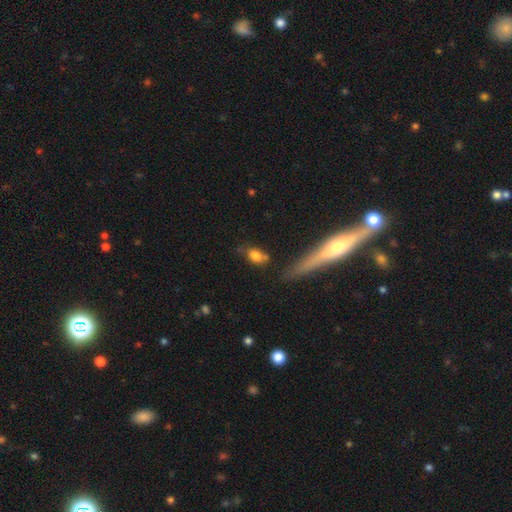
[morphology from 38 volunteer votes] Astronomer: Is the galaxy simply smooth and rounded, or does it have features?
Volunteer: smooth — 87%.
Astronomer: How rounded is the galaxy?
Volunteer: in between — 82%.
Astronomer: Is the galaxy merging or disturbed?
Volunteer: none — 47%.